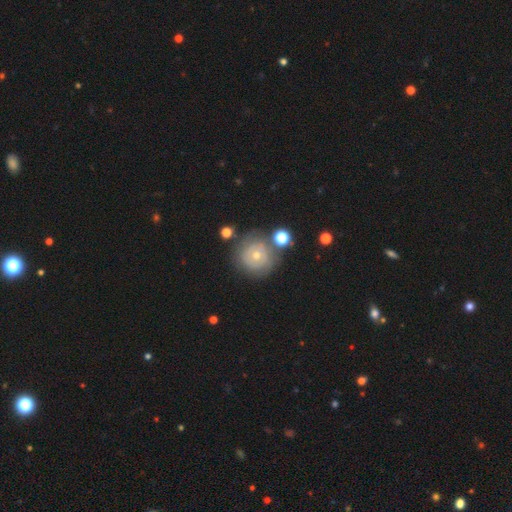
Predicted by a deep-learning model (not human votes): This appears to be a featured or disk galaxy (50%). Merging: none (76%).